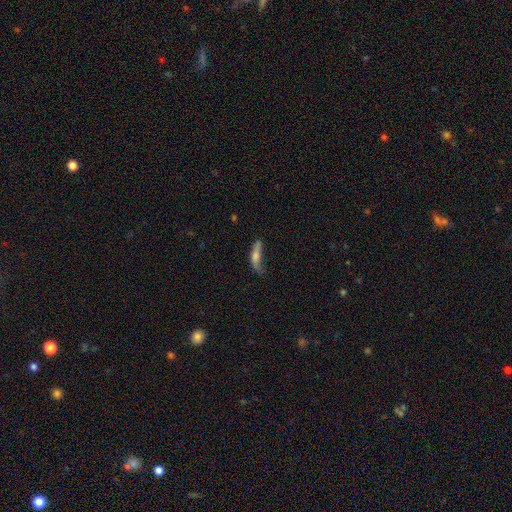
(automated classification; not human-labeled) smooth 53%, featured or disk 38%, star or artifact 9%. Down the decision tree: how rounded — cigar-shaped (63%); merging — none (39%).